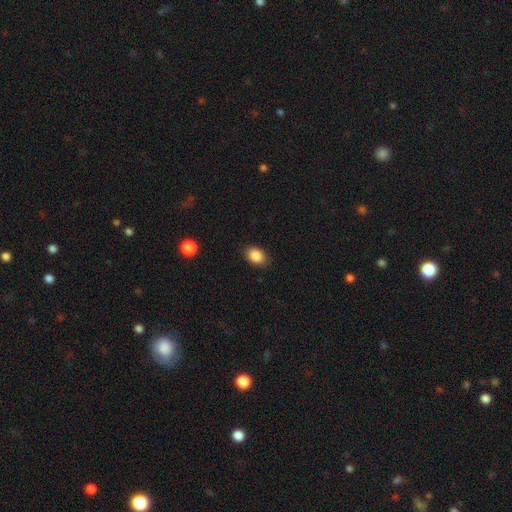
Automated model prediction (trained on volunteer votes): Overall: smooth (87%). How rounded: in between (76%). Merging: none (86%).